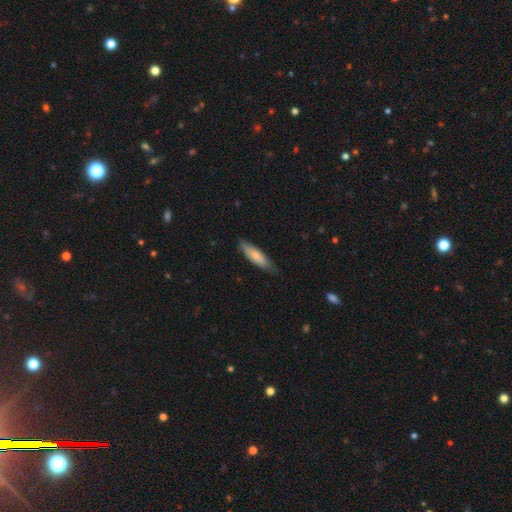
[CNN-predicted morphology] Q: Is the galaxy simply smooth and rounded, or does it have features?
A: smooth — 74%.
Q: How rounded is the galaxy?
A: cigar-shaped — 60%.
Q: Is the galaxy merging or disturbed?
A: none — 77%.